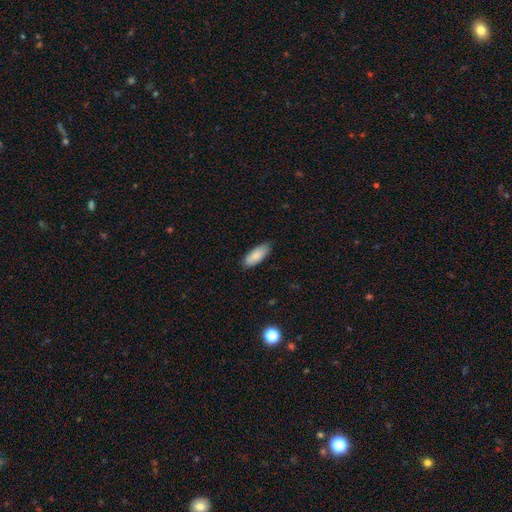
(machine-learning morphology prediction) Overall: smooth (86%). How rounded: in between (82%). Merging: none (84%).